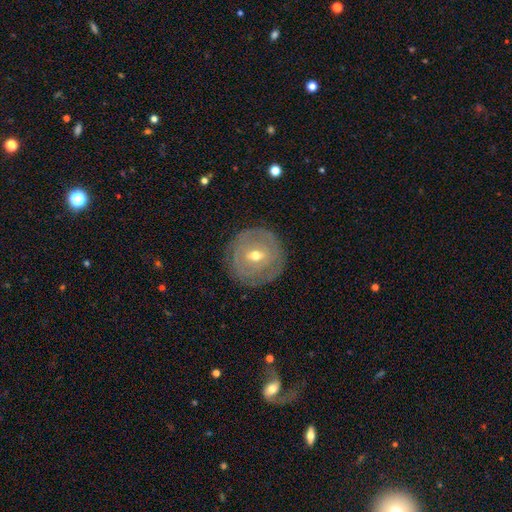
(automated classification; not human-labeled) Q: Smooth or featured?
A: featured or disk (66%); runner-up: smooth (27%)
Q: Edge-on disk?
A: no (95%); runner-up: yes (5%)
Q: Bar?
A: weak (51%); runner-up: no (30%)
Q: Spiral arms?
A: yes (59%); runner-up: no (41%)
Q: Bulge size?
A: moderate (62%); runner-up: small (34%)
Q: Merging?
A: none (84%); runner-up: minor disturbance (11%)